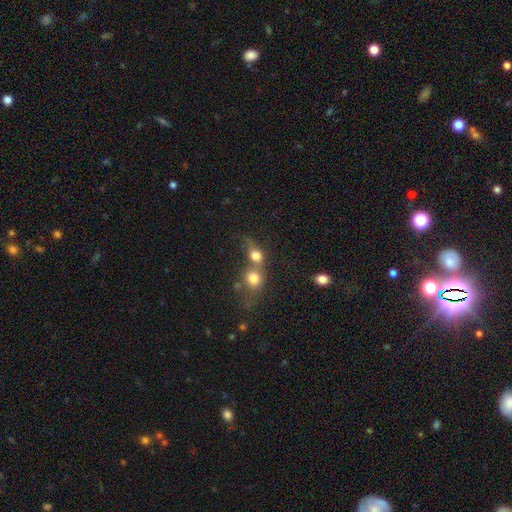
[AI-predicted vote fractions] smooth-or-featured: smooth: 75% | featured or disk: 13% | star or artifact: 12%
  how-rounded: round: 68% | in between: 29% | cigar-shaped: 3%
  merging: merger: 63% | none: 24% | minor disturbance: 7% | major disturbance: 6%